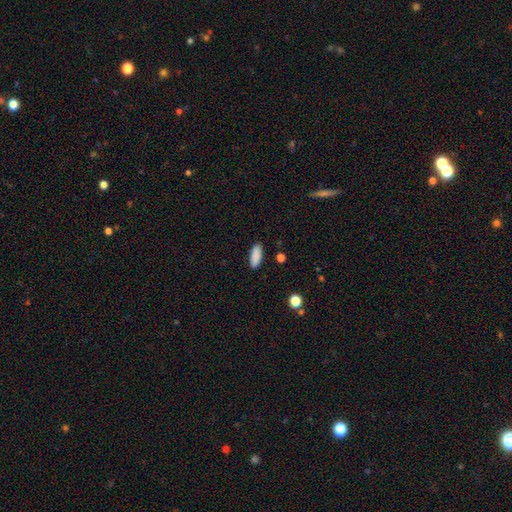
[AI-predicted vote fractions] A smooth galaxy with no disk features (89%) that is in between round and cigar-shaped (72%). Merging: none (89%).